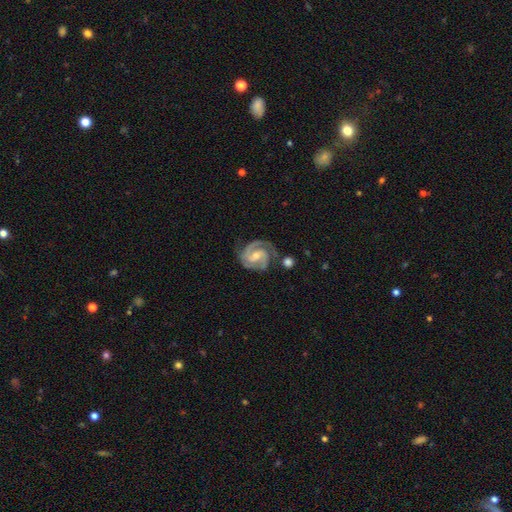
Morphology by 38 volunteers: This is clearly a featured or disk galaxy (97%). It is clearly not viewed edge-on (97%). Bar: possibly weak (47%). Spiral arm pattern: clearly yes (100%). Spiral arm count: clearly 2 (81%). Spiral winding: likely tight (64%). Central bulge: possibly small (50%). Merging: possibly none (59%).